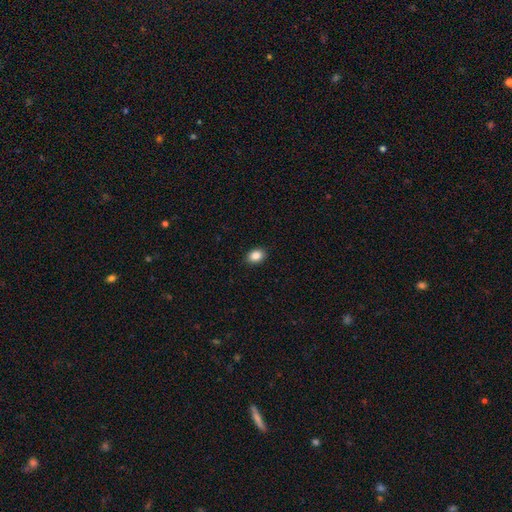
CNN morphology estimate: Smooth or featured? Predicted: smooth (p=0.87). How rounded? Predicted: in between (p=0.70). Merging? Predicted: none (p=0.91).